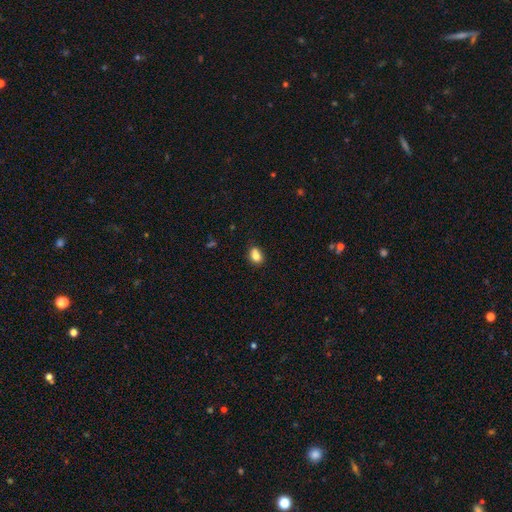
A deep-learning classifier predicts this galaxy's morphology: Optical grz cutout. It shows a smooth galaxy with no disk features (80%) that is in between round and cigar-shaped (61%). Merging: none (59%).